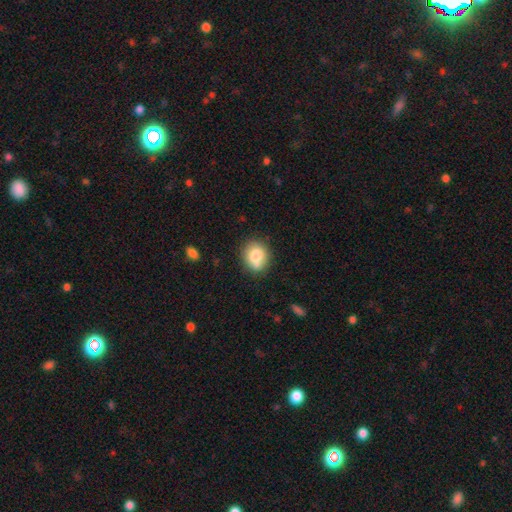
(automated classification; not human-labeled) This appears to be a smooth galaxy with no disk features (77%) that is round (73%). Merging: none (63%).